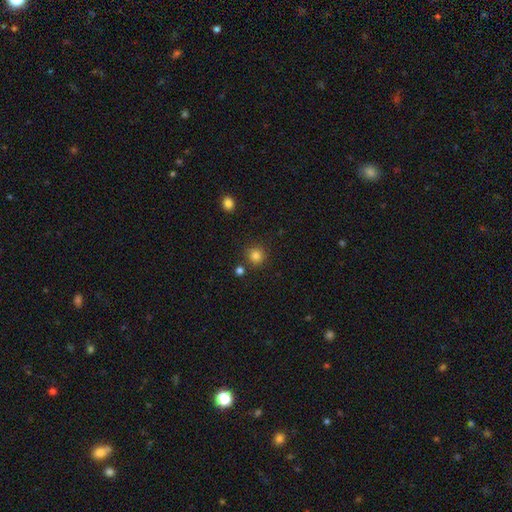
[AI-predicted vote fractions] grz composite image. It shows a smooth galaxy with no disk features (83%) that is round (93%). Merging: none (84%).